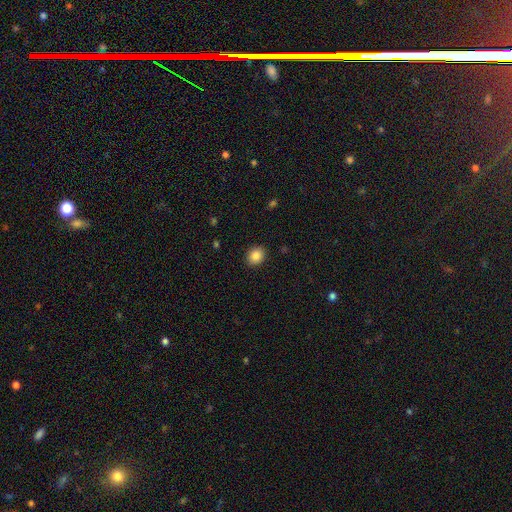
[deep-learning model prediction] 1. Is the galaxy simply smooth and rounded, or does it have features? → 87% smooth, 9% star or artifact, 4% featured or disk.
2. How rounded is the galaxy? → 55% round, 44% in between, 1% cigar-shaped.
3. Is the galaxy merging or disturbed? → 90% none, 7% minor disturbance, 2% major disturbance, 1% merger.